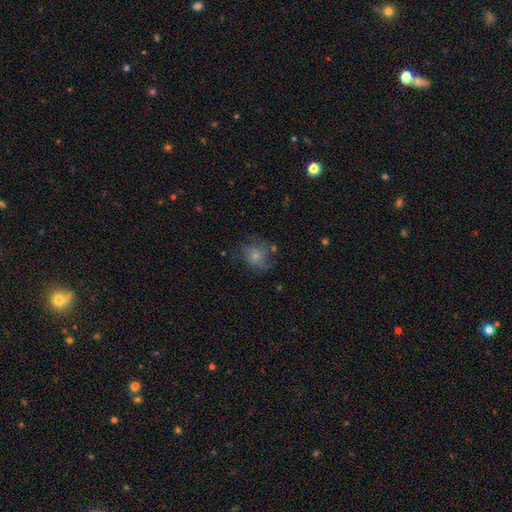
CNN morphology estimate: This appears to be a smooth galaxy with no disk features (62%) that is round (67%). Merging: none (52%).